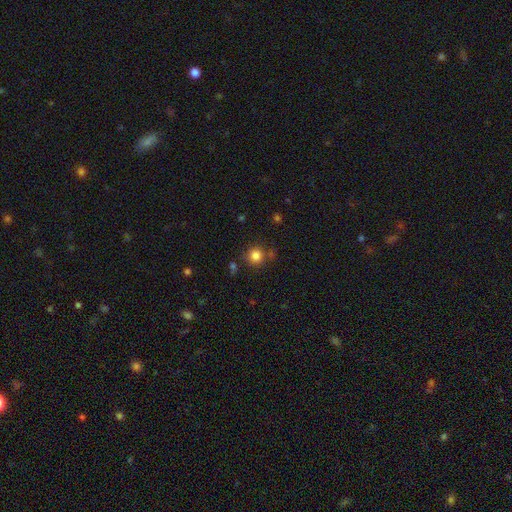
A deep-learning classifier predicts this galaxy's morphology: Smooth or featured? Predicted: smooth (p=0.82). How rounded? Predicted: round (p=0.92). Merging? Predicted: none (p=0.80).